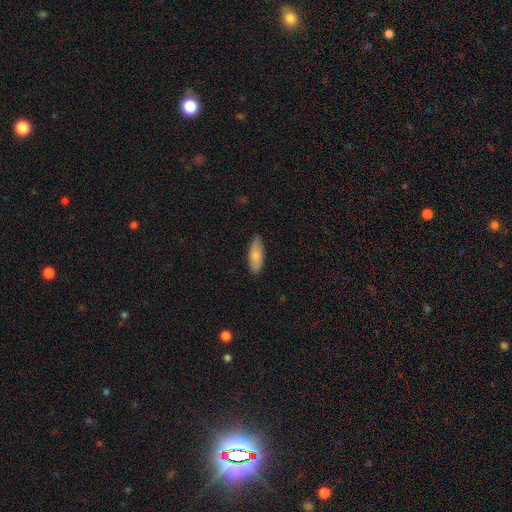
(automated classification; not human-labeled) This is likely a smooth galaxy (79%). How rounded: likely in between (71%). Merging: clearly none (83%).